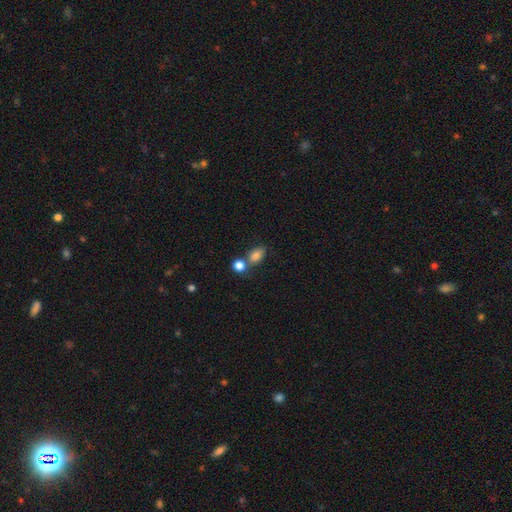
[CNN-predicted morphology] This appears to be a smooth galaxy with no disk features (81%) that is in between round and cigar-shaped (77%). Merging: none (51%).